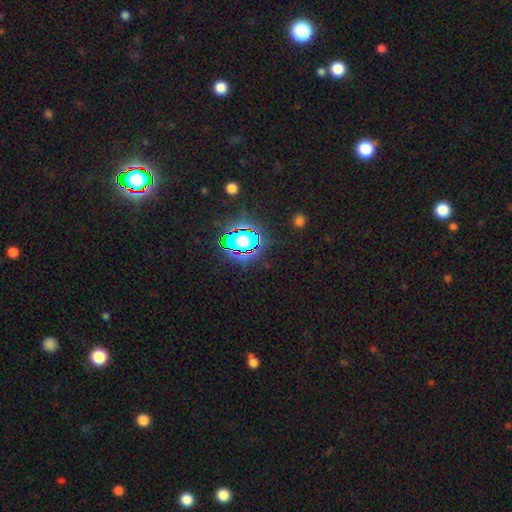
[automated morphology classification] Smooth or featured? star or artifact (82%)